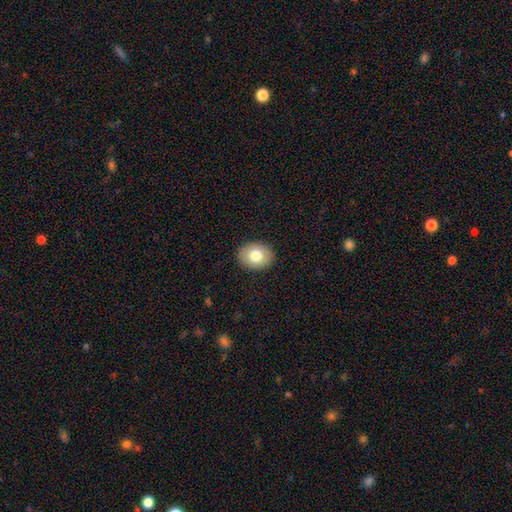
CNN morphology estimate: Smooth or featured? smooth (78%)
How rounded? in between (60%)
Merging? none (90%)